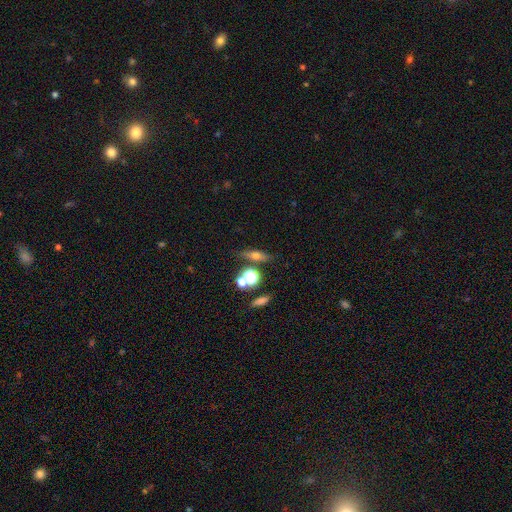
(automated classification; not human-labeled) A smooth galaxy with no disk features (53%) that is cigar-shaped (44%). Merging: none (73%).